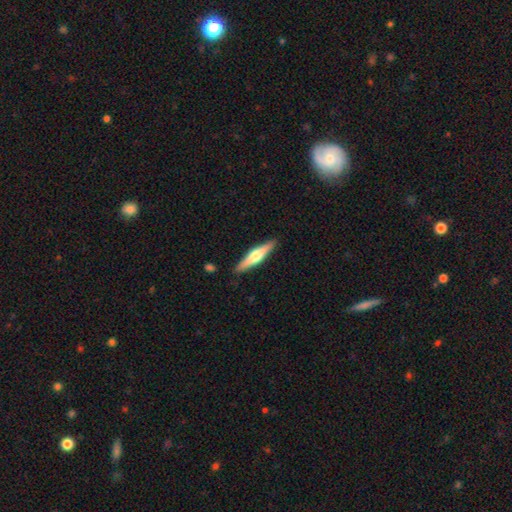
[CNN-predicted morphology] smooth-or-featured: featured or disk: 58% | smooth: 37% | star or artifact: 5%
  disk-edge-on: yes: 96% | no: 4%
    edge-on-bulge: rounded: 90% | boxy: 6% | none: 4%
  merging: none: 90% | minor disturbance: 8% | major disturbance: 1% | merger: 1%